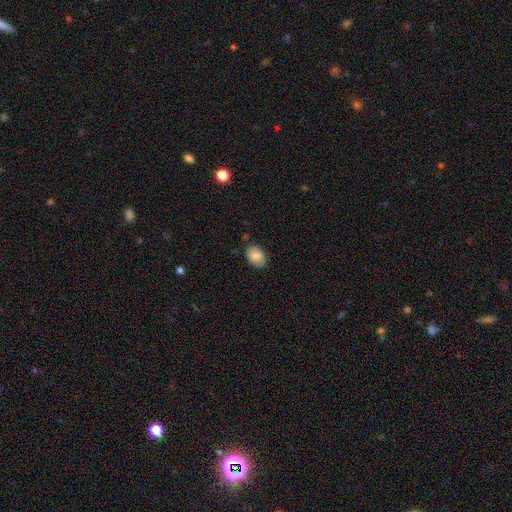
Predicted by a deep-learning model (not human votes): smooth-or-featured: smooth: 85% | star or artifact: 7% | featured or disk: 7%
  how-rounded: in between: 79% | round: 20% | cigar-shaped: 1%
  merging: none: 81% | minor disturbance: 14% | major disturbance: 3% | merger: 2%